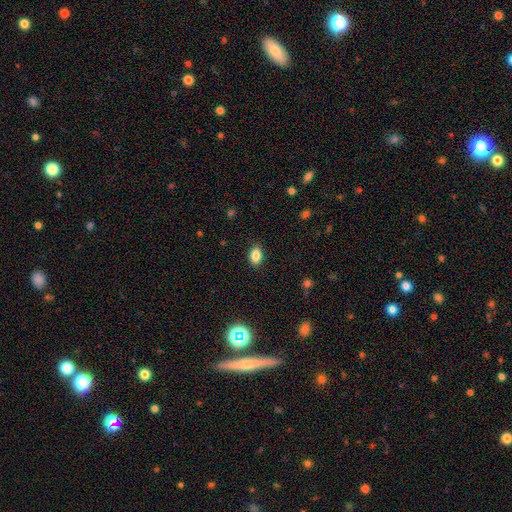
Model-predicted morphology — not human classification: Smooth or featured? smooth (85%)
How rounded? in between (84%)
Merging? none (88%)